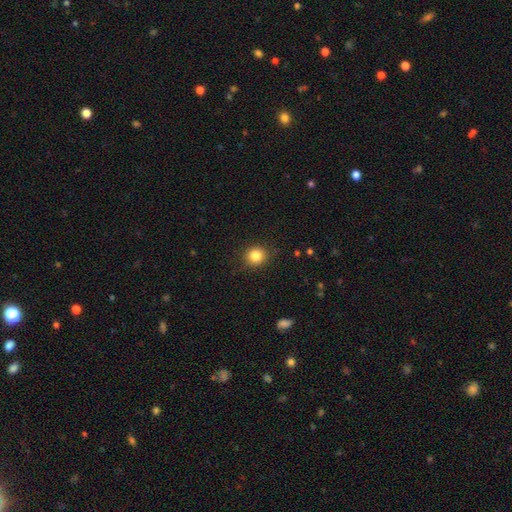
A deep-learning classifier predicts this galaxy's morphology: Overall: smooth (84%). How rounded: round (84%). Merging: none (87%).